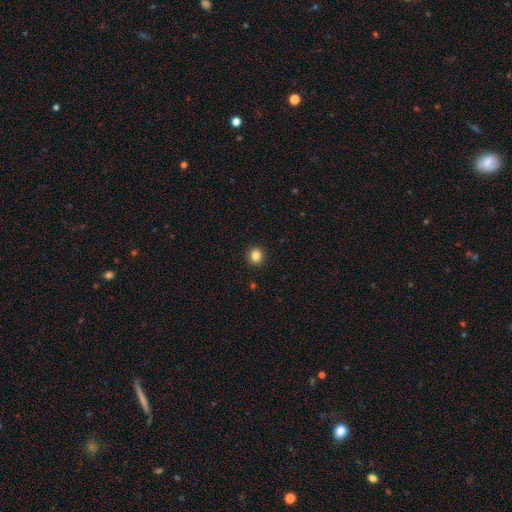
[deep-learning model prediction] A smooth galaxy with no disk features (85%) that is round (84%).

Vote fractions:
- Smooth or featured? smooth: 85% / star or artifact: 11% / featured or disk: 4%
- How rounded? round: 84% / in between: 15% / cigar-shaped: 1%
- Merging? none: 92% / minor disturbance: 5% / major disturbance: 2% / merger: 1%